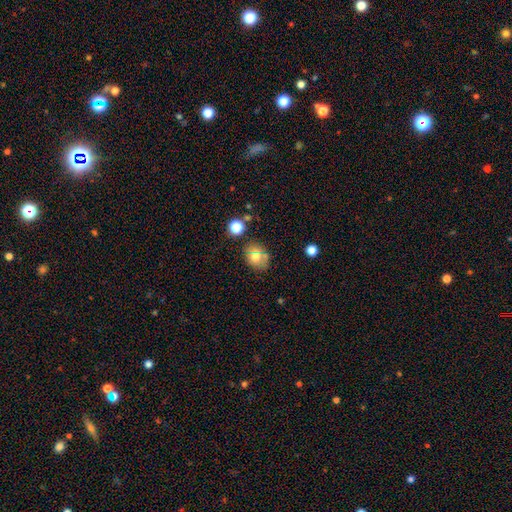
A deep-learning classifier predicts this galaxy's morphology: smooth_or_featured: smooth (p=0.72) [alt: featured or disk p=0.16]
how_rounded: in between (p=0.50) [alt: round p=0.49]
merging: none (p=0.68) [alt: minor disturbance p=0.17]